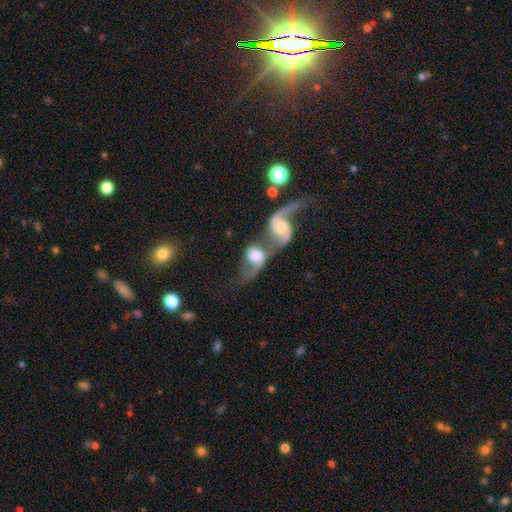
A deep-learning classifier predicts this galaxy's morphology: type=featured or disk (60%); edge-on=no (94%); bar=no (60%); spiral arms=yes (79%); bulge=moderate (36%); merging=merger (80%).